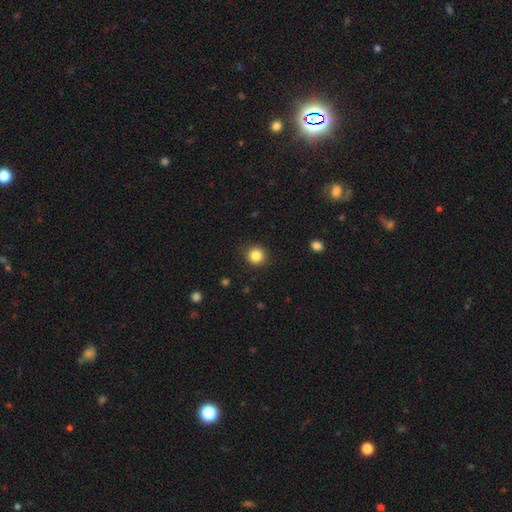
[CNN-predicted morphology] A smooth galaxy with no disk features (84%) that is round (92%).

Vote fractions:
- Smooth or featured? smooth: 84% / star or artifact: 11% / featured or disk: 5%
- How rounded? round: 92% / in between: 7% / cigar-shaped: 1%
- Merging? none: 89% / minor disturbance: 7% / major disturbance: 2% / merger: 1%